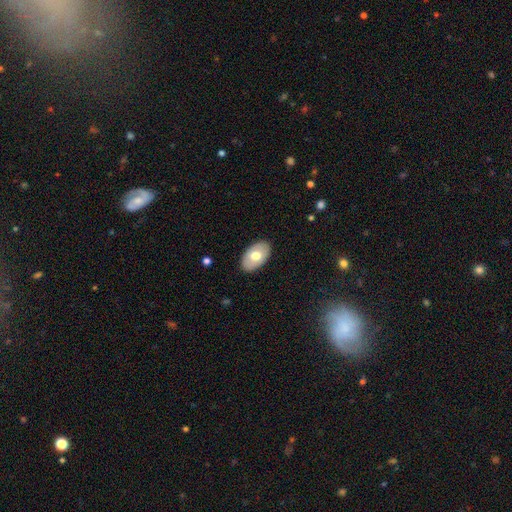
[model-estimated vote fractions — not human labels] smooth-or-featured: smooth: 66% | featured or disk: 28% | star or artifact: 6%
  how-rounded: in between: 93% | round: 6% | cigar-shaped: 1%
  merging: none: 88% | minor disturbance: 9% | major disturbance: 2% | merger: 1%